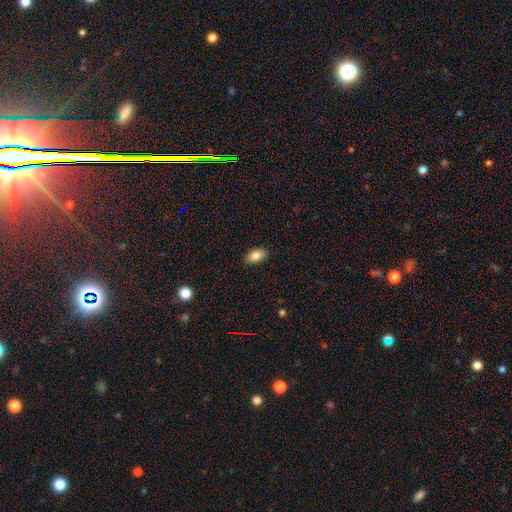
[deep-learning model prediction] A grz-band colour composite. It shows a smooth galaxy with no disk features (87%) that is in between round and cigar-shaped (92%). Merging: none (88%).